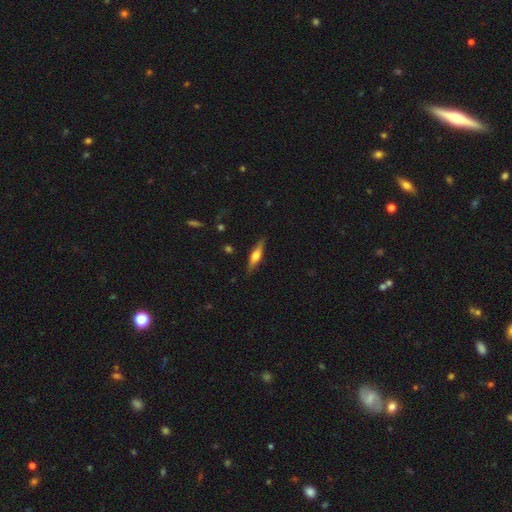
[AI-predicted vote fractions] Q: Smooth or featured?
A: smooth (50%); runner-up: featured or disk (44%)
Q: How rounded?
A: cigar-shaped (75%); runner-up: in between (23%)
Q: Merging?
A: none (86%); runner-up: minor disturbance (11%)